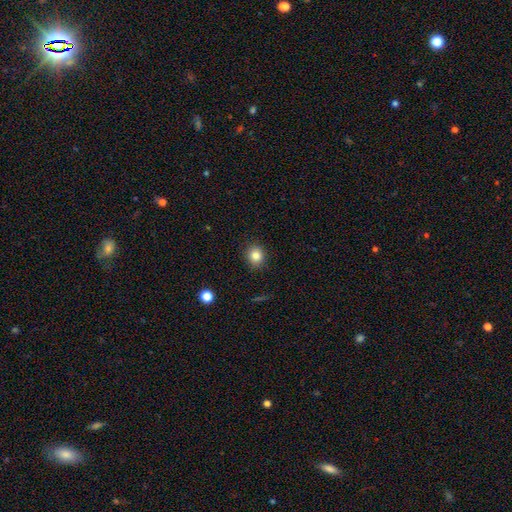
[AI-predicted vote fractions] Morphology: type=smooth (82%); roundness=round (76%); merging=none (89%).